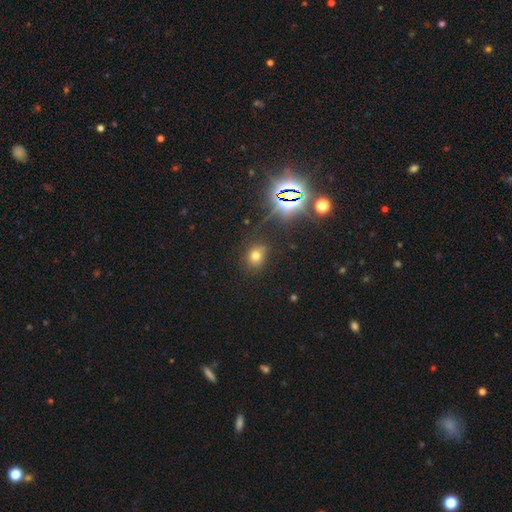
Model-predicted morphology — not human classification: Smooth or featured? smooth (66%)
How rounded? round (64%)
Merging? none (79%)